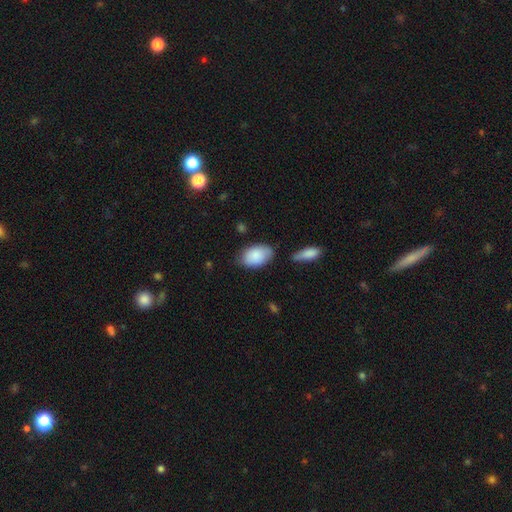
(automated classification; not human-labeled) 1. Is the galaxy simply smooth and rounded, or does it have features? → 86% smooth, 8% featured or disk, 6% star or artifact.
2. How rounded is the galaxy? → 92% in between, 6% round, 1% cigar-shaped.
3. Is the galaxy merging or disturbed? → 71% none, 19% minor disturbance, 6% merger, 4% major disturbance.